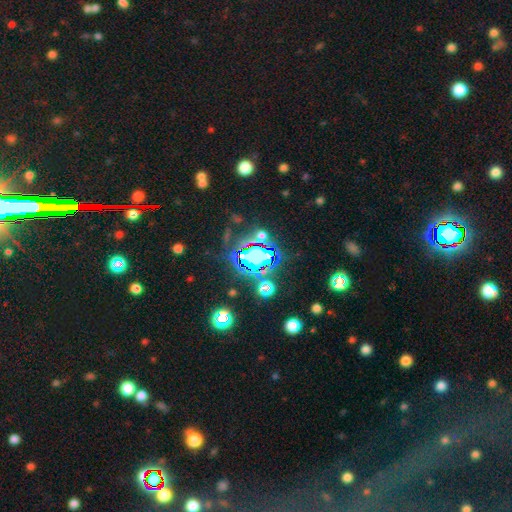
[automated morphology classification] type=star or artifact (63%).